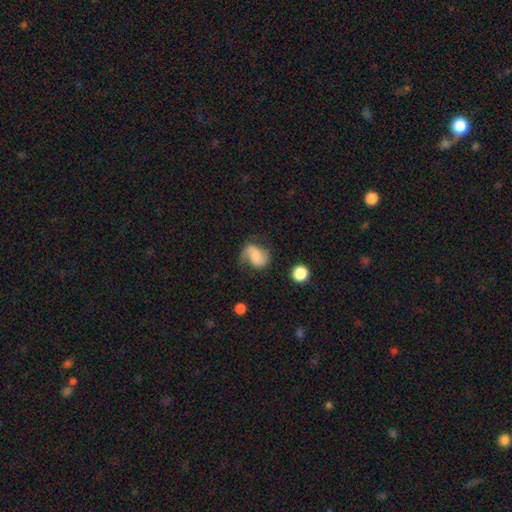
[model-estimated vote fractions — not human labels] This appears to be a featured or disk galaxy (53%) with no bar (54%), spiral arms (89%) and no central bulge (41%). Merging: none (49%).